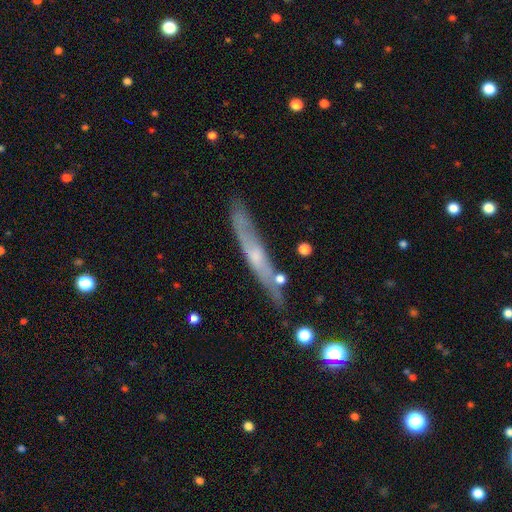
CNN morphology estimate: The model was most divided on "smooth or featured": featured or disk: 62%, smooth: 30%, star or artifact: 8%. More confident: edge-on disk — yes (80%); merging — none (70%).